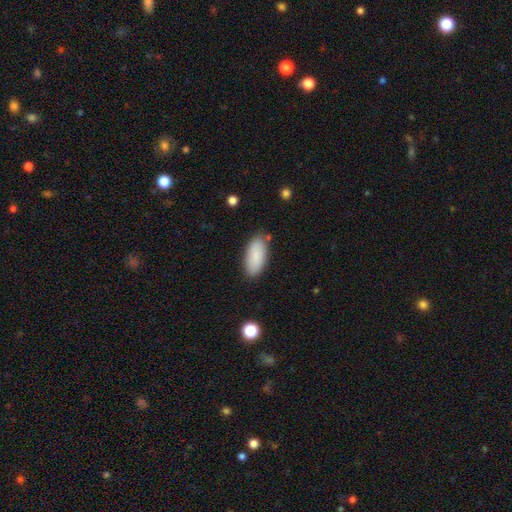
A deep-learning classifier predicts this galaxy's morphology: This is clearly a smooth galaxy (88%). How rounded: clearly in between (89%). Merging: clearly none (83%).